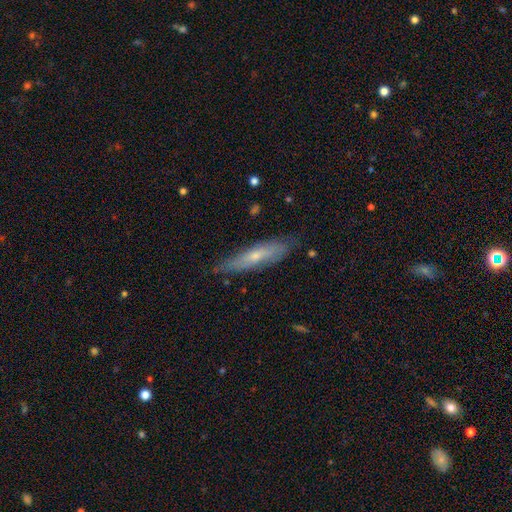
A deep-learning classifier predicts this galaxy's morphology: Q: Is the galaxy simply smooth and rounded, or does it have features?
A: featured or disk — 48%.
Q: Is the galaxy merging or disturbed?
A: none — 75%.